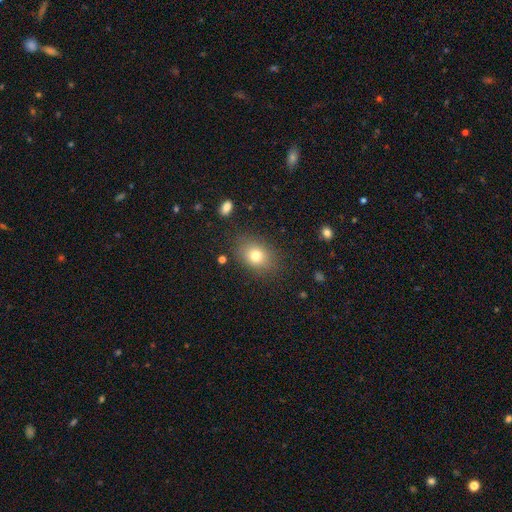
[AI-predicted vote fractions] Smooth or featured? Predicted: smooth (p=0.78). How rounded? Predicted: in between (p=0.63). Merging? Predicted: none (p=0.82).